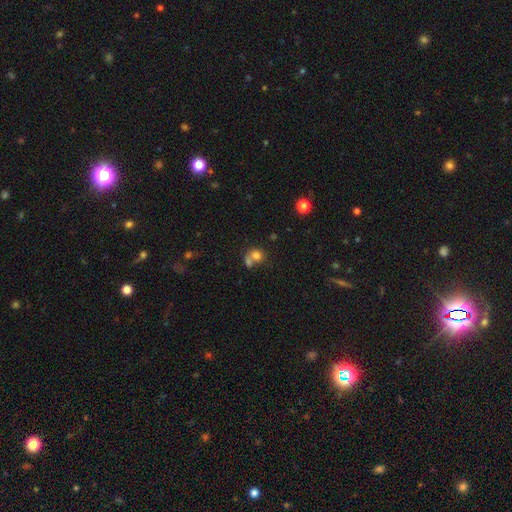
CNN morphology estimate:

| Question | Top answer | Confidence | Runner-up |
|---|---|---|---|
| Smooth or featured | smooth | 75% | star or artifact (13%) |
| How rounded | round | 70% | in between (29%) |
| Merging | merger | 51% | none (35%) |